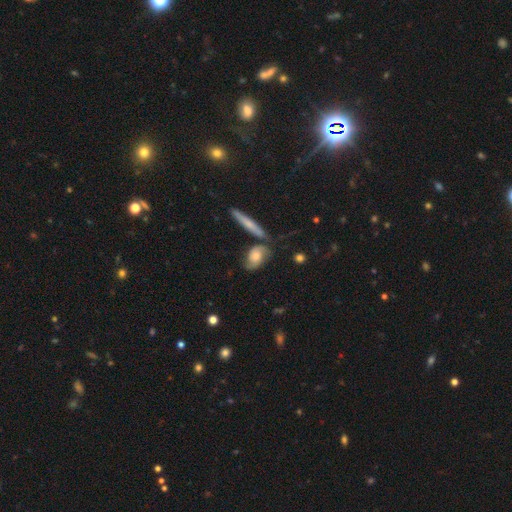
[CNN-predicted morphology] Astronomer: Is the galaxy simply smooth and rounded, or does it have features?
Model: featured or disk — 59%.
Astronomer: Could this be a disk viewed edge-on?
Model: no — 87%.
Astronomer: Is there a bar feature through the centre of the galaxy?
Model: no — 67%.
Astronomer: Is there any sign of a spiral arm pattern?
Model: yes — 90%.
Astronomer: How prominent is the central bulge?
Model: moderate — 44% (runner-up: large, 24%).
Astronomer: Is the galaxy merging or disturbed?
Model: none — 55%.